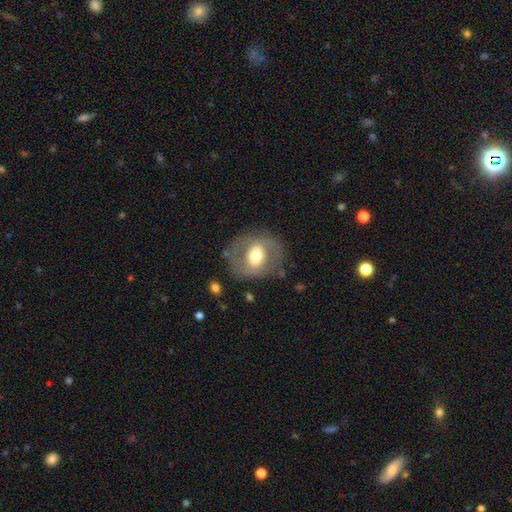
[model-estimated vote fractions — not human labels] Smooth or featured: featured or disk — 54% (smooth — 39%)
Edge-on disk: no — 95% (yes — 5%)
Bar: no — 39% (weak — 36%)
Spiral arms: no — 55% (yes — 45%)
Bulge size: moderate — 61% (large — 27%)
Merging: none — 74% (minor disturbance — 14%)